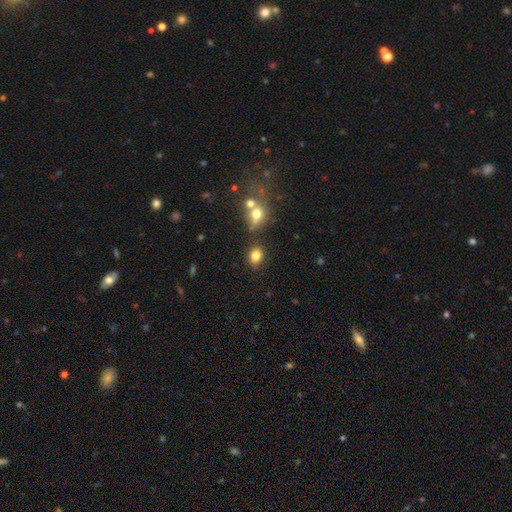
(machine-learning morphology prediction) type=smooth (82%); roundness=in between (51%); merging=none (74%).